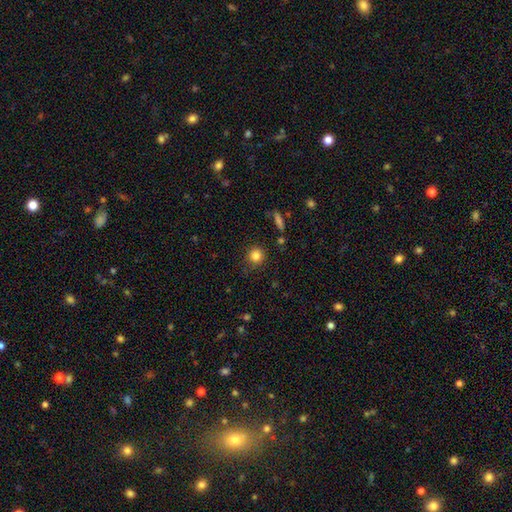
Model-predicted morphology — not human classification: The model was most divided on "smooth or featured": smooth: 83%, star or artifact: 11%, featured or disk: 6%. More confident: how rounded — round (92%); merging — none (85%).